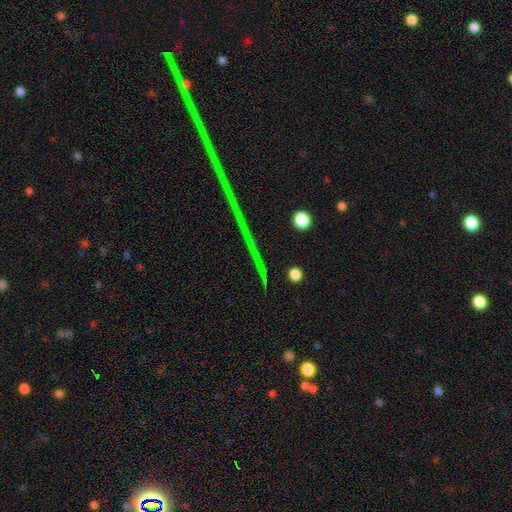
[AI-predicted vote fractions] This is likely a star or artifact rather than a galaxy (79%).